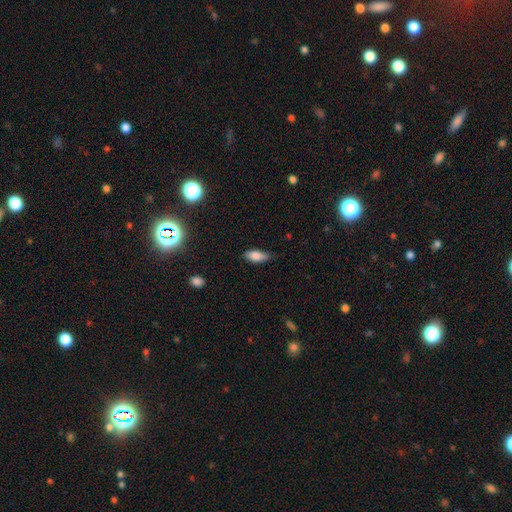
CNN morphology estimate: Q: Smooth or featured?
A: smooth (81%); runner-up: featured or disk (11%)
Q: How rounded?
A: in between (82%); runner-up: cigar-shaped (15%)
Q: Merging?
A: none (71%); runner-up: minor disturbance (23%)